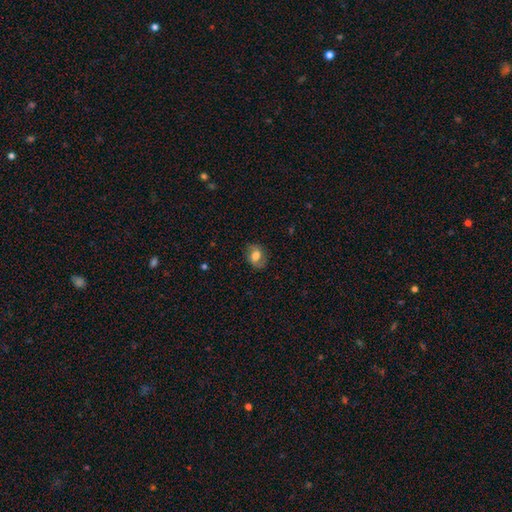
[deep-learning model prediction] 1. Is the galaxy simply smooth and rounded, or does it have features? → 58% smooth, 33% featured or disk, 9% star or artifact.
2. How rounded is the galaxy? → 62% in between, 36% round, 2% cigar-shaped.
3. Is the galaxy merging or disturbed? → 78% none, 16% minor disturbance, 5% major disturbance, 1% merger.